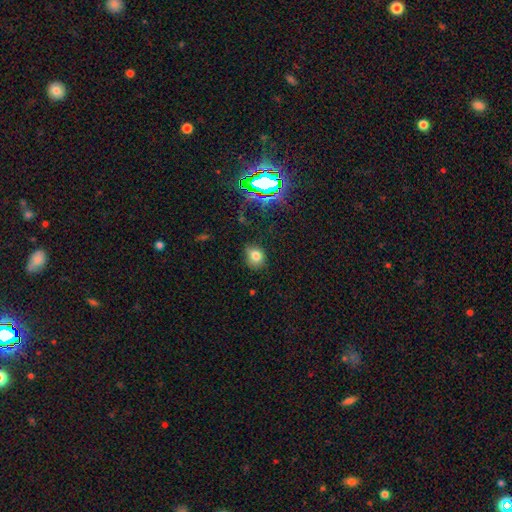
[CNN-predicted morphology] Smooth or featured? Predicted: smooth (p=0.75). How rounded? Predicted: round (p=0.60). Merging? Predicted: none (p=0.75).